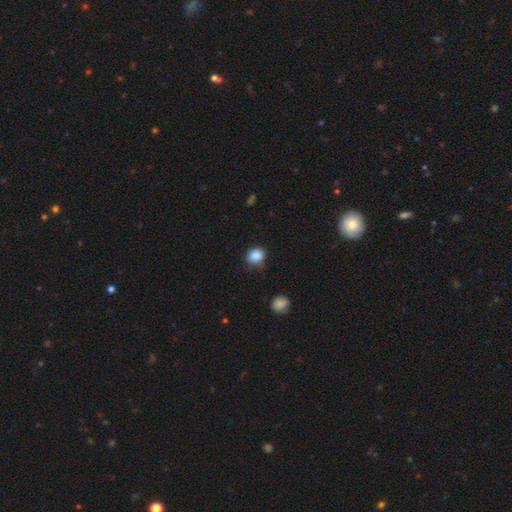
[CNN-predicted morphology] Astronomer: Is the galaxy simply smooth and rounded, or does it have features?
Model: smooth — 87%.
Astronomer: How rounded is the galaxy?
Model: round — 61% (runner-up: in between, 38%).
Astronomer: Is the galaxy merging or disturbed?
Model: none — 75%.